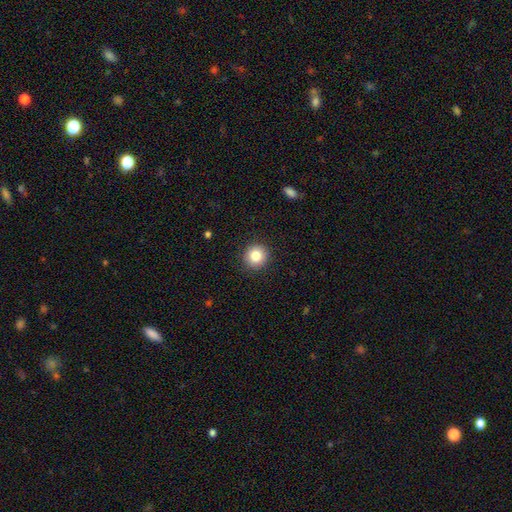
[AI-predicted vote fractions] smooth-or-featured: smooth: 83% | star or artifact: 10% | featured or disk: 7%
  how-rounded: round: 94% | in between: 6% | cigar-shaped: 1%
  merging: none: 92% | minor disturbance: 6% | major disturbance: 2% | merger: 1%